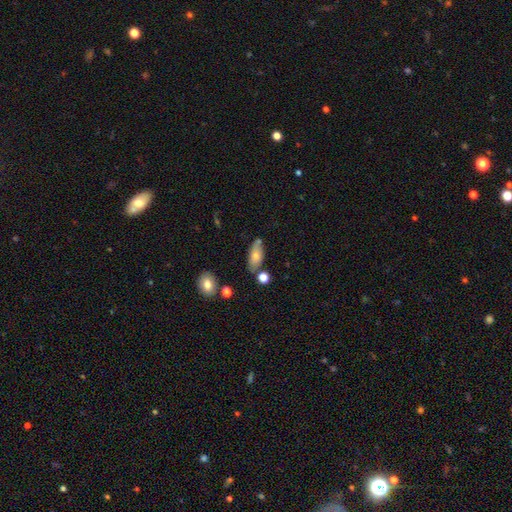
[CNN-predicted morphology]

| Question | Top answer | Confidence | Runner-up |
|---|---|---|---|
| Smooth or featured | smooth | 72% | featured or disk (19%) |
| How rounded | in between | 84% | cigar-shaped (12%) |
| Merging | none | 66% | minor disturbance (20%) |